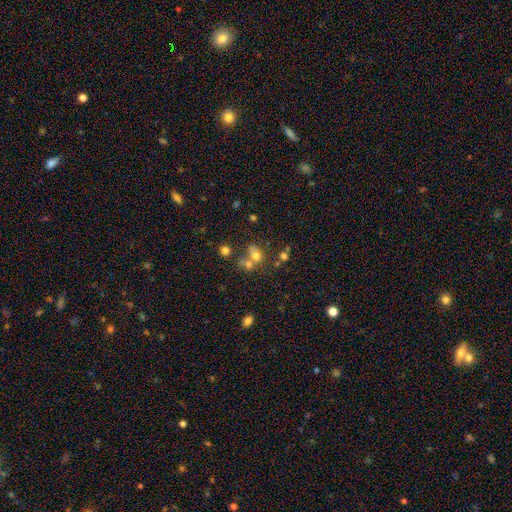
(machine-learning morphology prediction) smooth 68%, star or artifact 17%, featured or disk 15%. Down the decision tree: how rounded — in between (56%); merging — merger (46%).